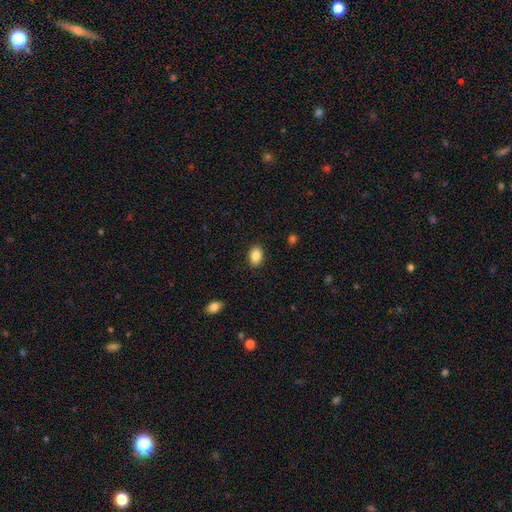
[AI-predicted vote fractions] Smooth or featured: smooth — 87% (star or artifact — 8%)
How rounded: in between — 81% (round — 18%)
Merging: none — 89% (minor disturbance — 8%)